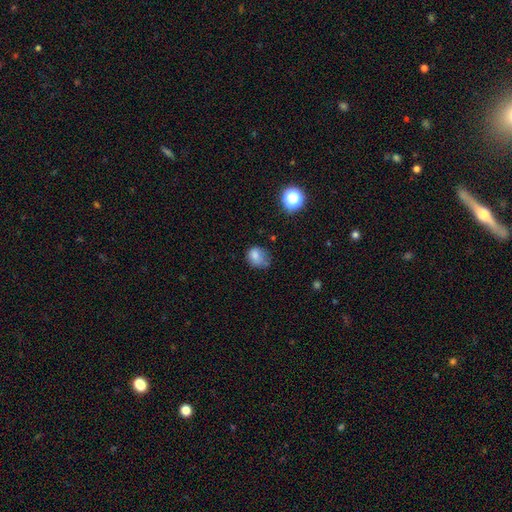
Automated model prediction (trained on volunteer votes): Morphology: type=smooth (77%); roundness=round (51%); merging=none (42%).